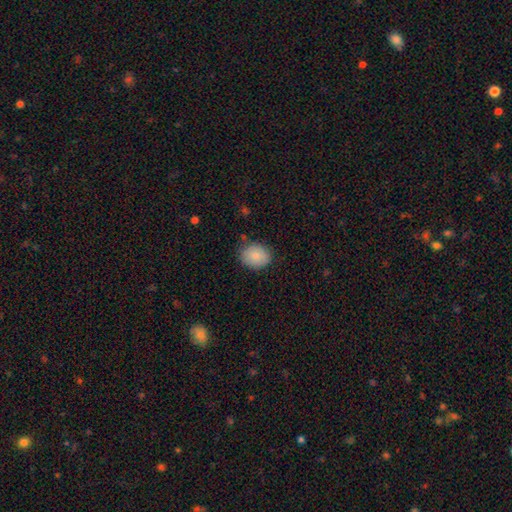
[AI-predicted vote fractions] Smooth or featured? Predicted: smooth (p=0.85). How rounded? Predicted: in between (p=0.52). Merging? Predicted: none (p=0.81).